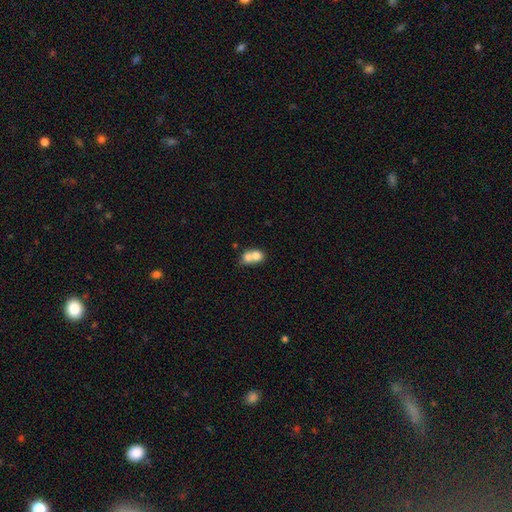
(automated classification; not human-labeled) smooth-or-featured: smooth: 70% | featured or disk: 21% | star or artifact: 9%
  how-rounded: round: 57% | in between: 42% | cigar-shaped: 1%
  merging: merger: 73% | none: 19% | minor disturbance: 5% | major disturbance: 3%